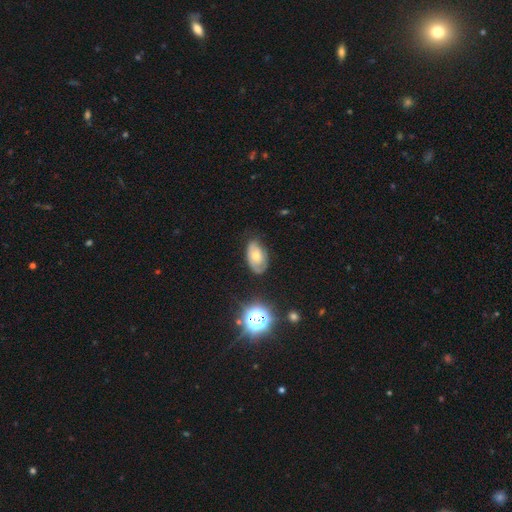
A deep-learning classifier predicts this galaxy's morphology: The model was most divided on "smooth or featured": smooth: 45%, featured or disk: 44%, star or artifact: 11%. More confident: merging — none (61%).